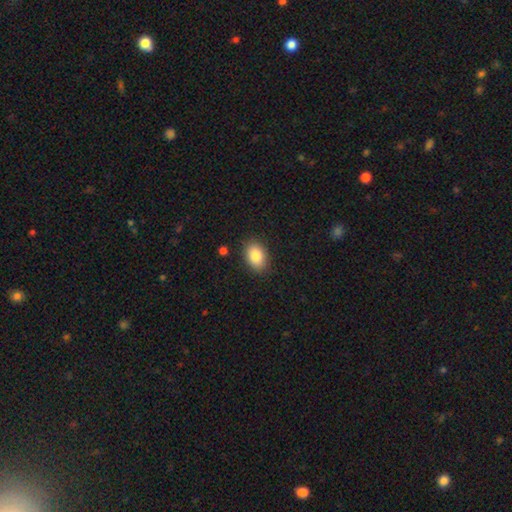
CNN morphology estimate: Q: Smooth or featured?
A: smooth (85%); runner-up: star or artifact (8%)
Q: How rounded?
A: in between (80%); runner-up: round (19%)
Q: Merging?
A: none (86%); runner-up: minor disturbance (10%)